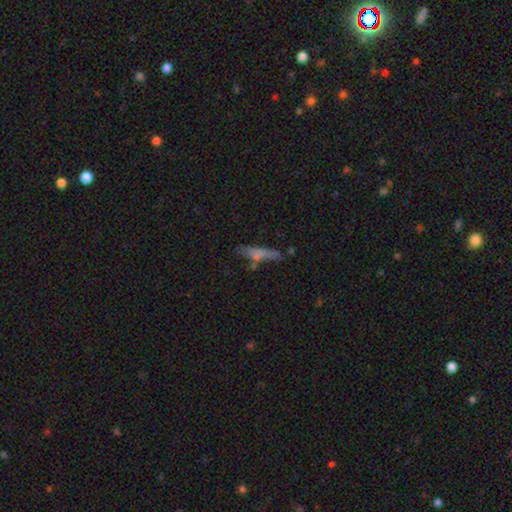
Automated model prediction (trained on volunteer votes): Smooth or featured?
  - smooth: 48% *
  - featured or disk: 37%
  - star or artifact: 15%
Merging?
  - none: 68% *
  - minor disturbance: 17%
  - merger: 9%
  - major disturbance: 6%